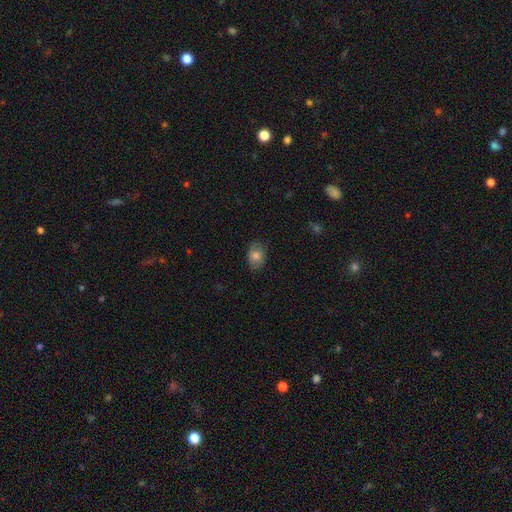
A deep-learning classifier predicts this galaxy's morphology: Smooth or featured? smooth (79%)
How rounded? in between (62%)
Merging? none (79%)